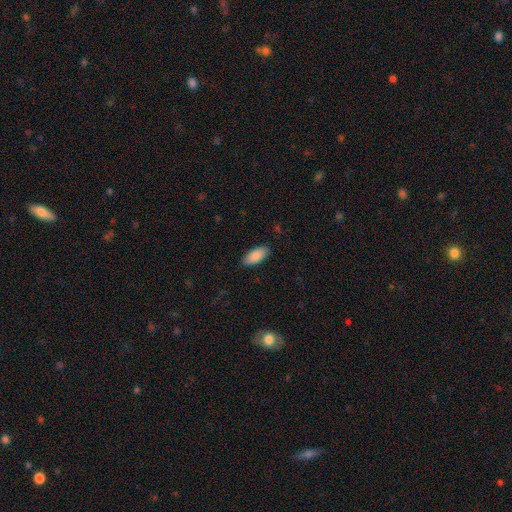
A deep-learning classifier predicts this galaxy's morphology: This appears to be a smooth galaxy with no disk features (87%) that is in between round and cigar-shaped (89%). Merging: none (88%).